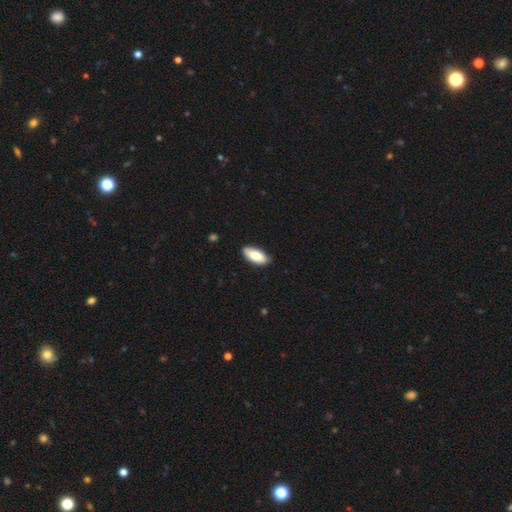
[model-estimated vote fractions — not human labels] smooth-or-featured: smooth: 83% | featured or disk: 11% | star or artifact: 6%
  how-rounded: in between: 88% | cigar-shaped: 10% | round: 2%
  merging: none: 84% | minor disturbance: 13% | major disturbance: 2% | merger: 1%